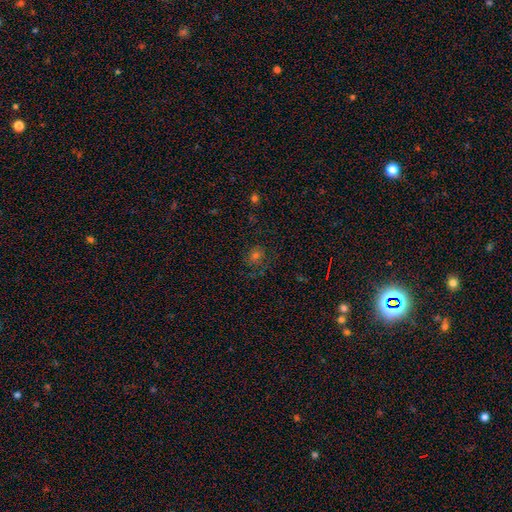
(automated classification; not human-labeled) This is possibly a smooth galaxy (54%). How rounded: likely round (79%). Merging: likely none (74%).